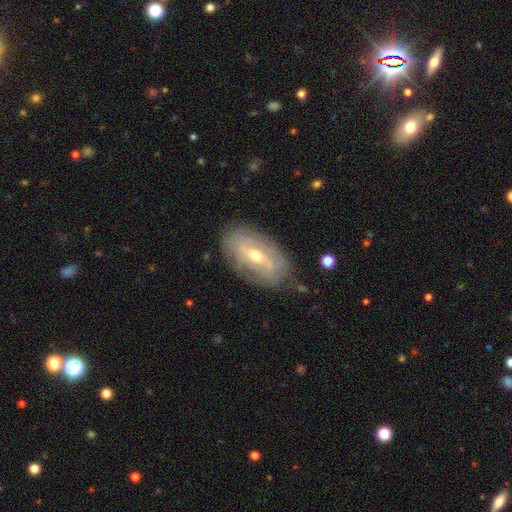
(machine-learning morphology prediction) Overall: featured or disk (73%). Edge-on disk: no (89%). Bar: weak (41%; strong 36%). Spiral arms: yes (61%; no 39%). Bulge size: moderate (65%; small 31%). Merging: none (76%).